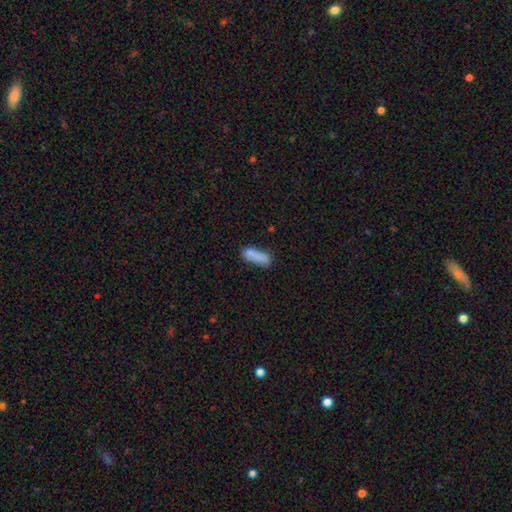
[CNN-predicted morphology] smooth-or-featured: smooth: 82% | featured or disk: 9% | star or artifact: 8%
  how-rounded: in between: 54% | cigar-shaped: 44% | round: 3%
  merging: none: 56% | minor disturbance: 23% | merger: 13% | major disturbance: 8%